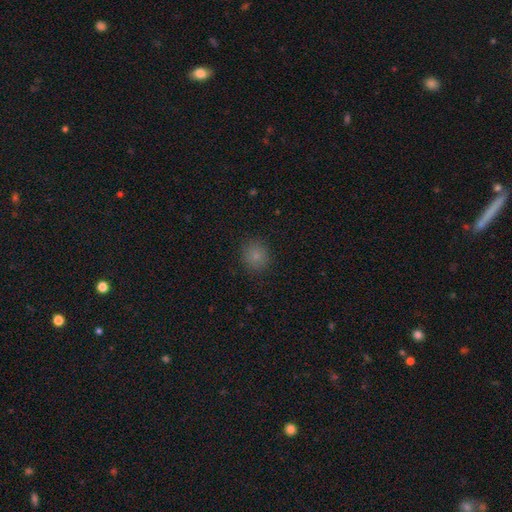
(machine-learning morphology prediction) Smooth or featured? smooth (81%)
How rounded? round (85%)
Merging? none (87%)